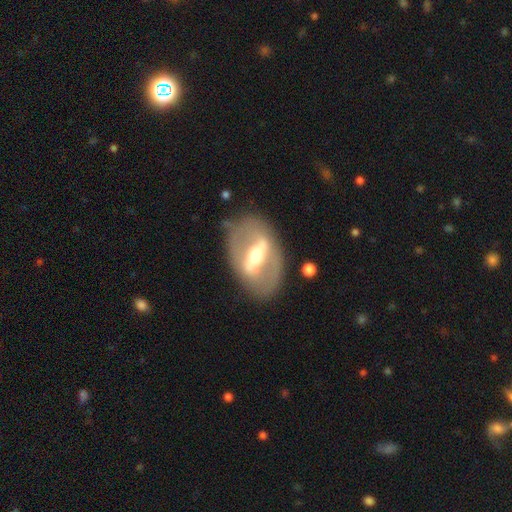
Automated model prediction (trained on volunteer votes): featured or disk 75%, smooth 19%, star or artifact 6%. Down the decision tree: edge-on disk — no (83%); bar — strong (77%); spiral arms — no (74%); bulge size — moderate (65%); merging — none (78%).